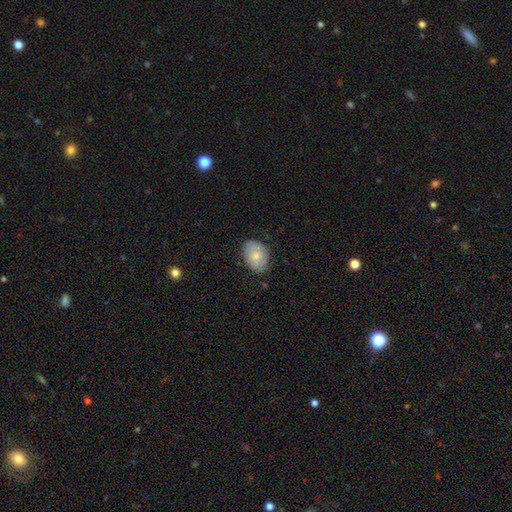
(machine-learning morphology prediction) A smooth galaxy with no disk features (72%) that is in between round and cigar-shaped (69%). Merging: none (74%).